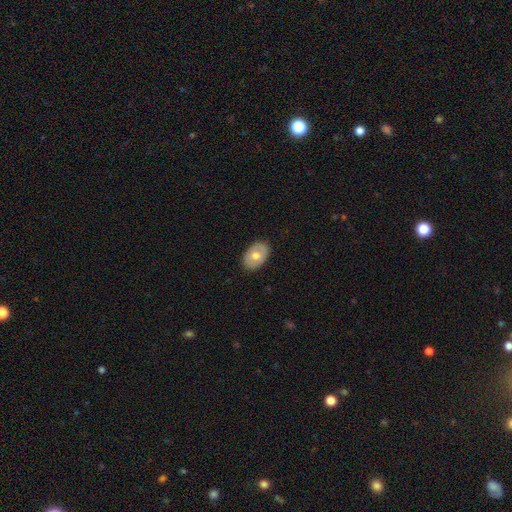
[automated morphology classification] This appears to be a smooth galaxy with no disk features (62%) that is in between round and cigar-shaped (85%). Merging: none (85%).